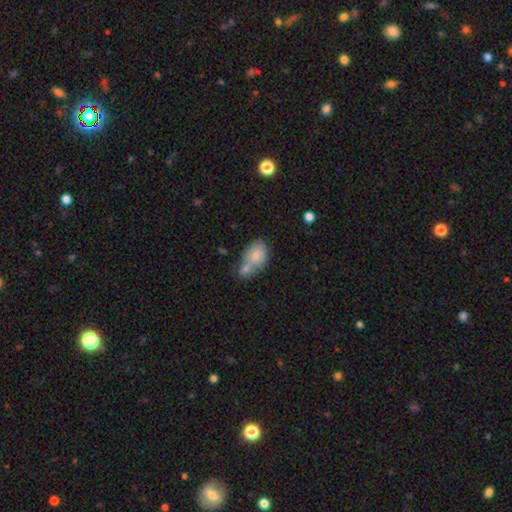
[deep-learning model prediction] Overall: smooth (78%). How rounded: in between (83%). Merging: merger (47%; none 30%).